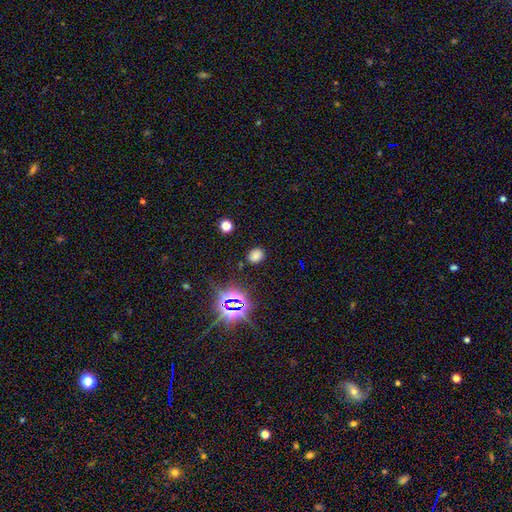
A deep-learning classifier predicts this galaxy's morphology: smooth 67%, star or artifact 26%, featured or disk 7%. Down the decision tree: how rounded — in between (56%); merging — none (84%).